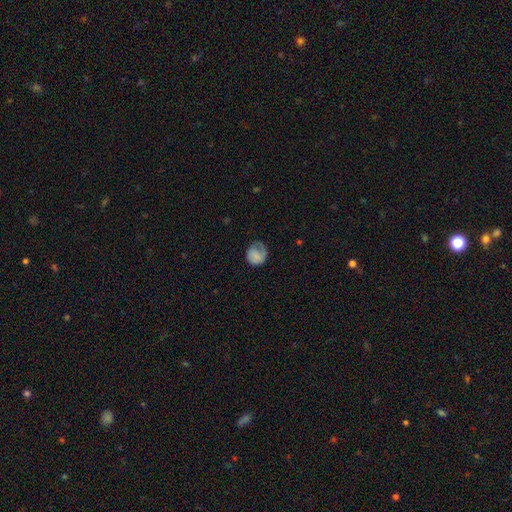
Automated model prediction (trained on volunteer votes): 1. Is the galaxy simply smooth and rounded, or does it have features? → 65% smooth, 28% featured or disk, 8% star or artifact.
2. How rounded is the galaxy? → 72% round, 27% in between, 1% cigar-shaped.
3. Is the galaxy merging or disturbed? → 43% none, 29% minor disturbance, 26% major disturbance, 2% merger.